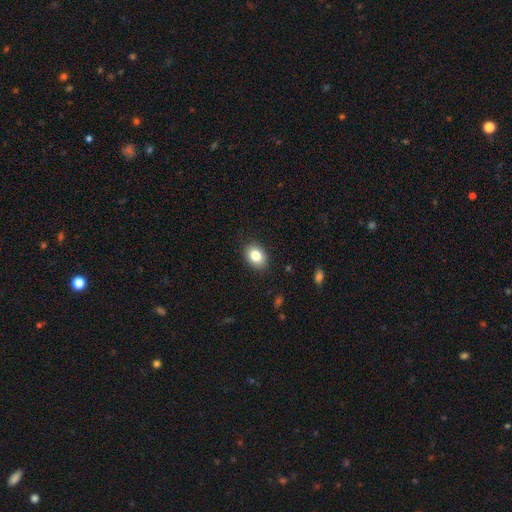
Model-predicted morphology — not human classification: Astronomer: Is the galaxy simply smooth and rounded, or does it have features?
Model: smooth — 82%.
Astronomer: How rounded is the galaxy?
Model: in between — 69%.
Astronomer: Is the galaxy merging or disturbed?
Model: none — 88%.